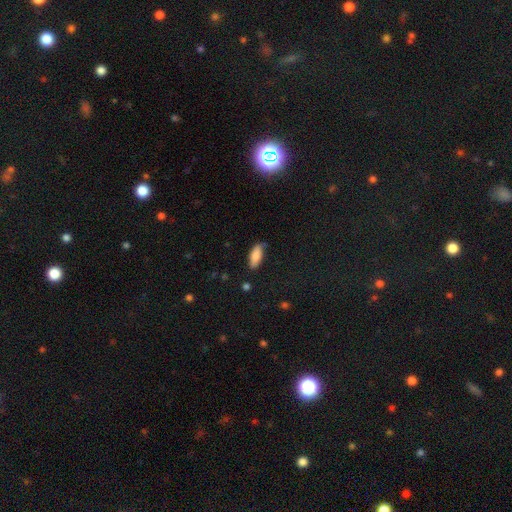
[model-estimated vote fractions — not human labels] smooth-or-featured: smooth: 84% | featured or disk: 10% | star or artifact: 6%
  how-rounded: in between: 77% | cigar-shaped: 22% | round: 2%
  merging: none: 77% | minor disturbance: 18% | major disturbance: 3% | merger: 2%